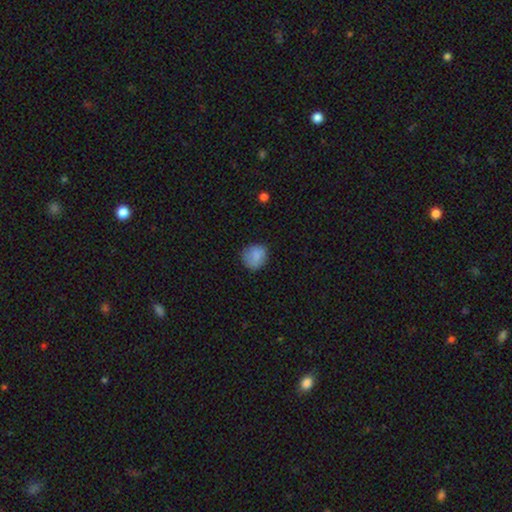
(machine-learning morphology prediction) smooth-or-featured: smooth: 83% | featured or disk: 9% | star or artifact: 9%
  how-rounded: round: 81% | in between: 18% | cigar-shaped: 1%
  merging: none: 75% | minor disturbance: 19% | major disturbance: 5% | merger: 1%